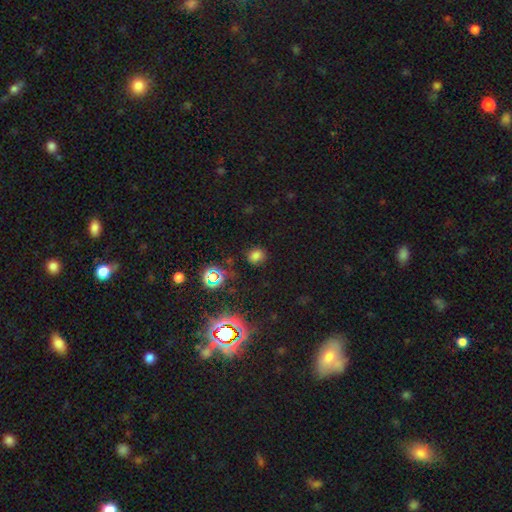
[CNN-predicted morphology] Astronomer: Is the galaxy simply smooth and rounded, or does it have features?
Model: smooth — 69%.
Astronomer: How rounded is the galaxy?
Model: round — 70%.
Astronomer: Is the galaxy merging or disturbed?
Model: none — 82%.